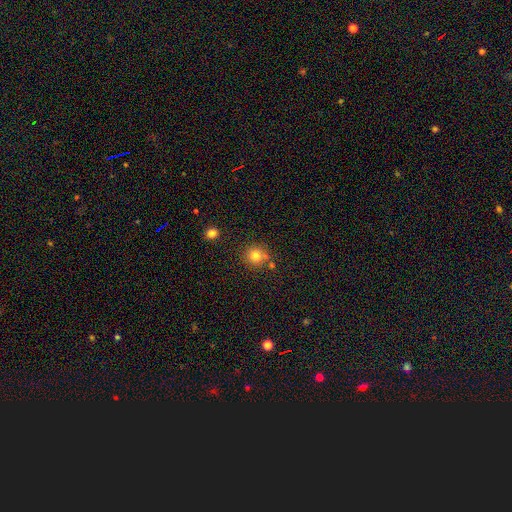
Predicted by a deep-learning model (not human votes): Q: Smooth or featured?
A: smooth (80%); runner-up: star or artifact (13%)
Q: How rounded?
A: round (92%); runner-up: in between (7%)
Q: Merging?
A: none (74%); runner-up: merger (12%)